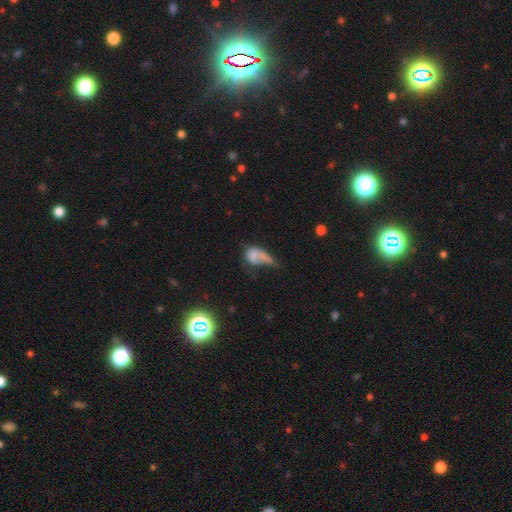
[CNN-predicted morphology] Q: Smooth or featured?
A: smooth (60%); runner-up: featured or disk (28%)
Q: How rounded?
A: in between (78%); runner-up: round (17%)
Q: Merging?
A: major disturbance (47%); runner-up: minor disturbance (21%)